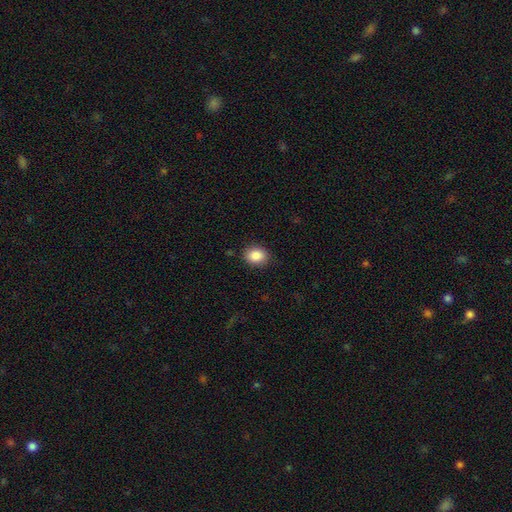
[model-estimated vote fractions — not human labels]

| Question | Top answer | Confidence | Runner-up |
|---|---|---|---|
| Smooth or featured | smooth | 88% | star or artifact (8%) |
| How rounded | in between | 52% | round (47%) |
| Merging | none | 87% | minor disturbance (10%) |